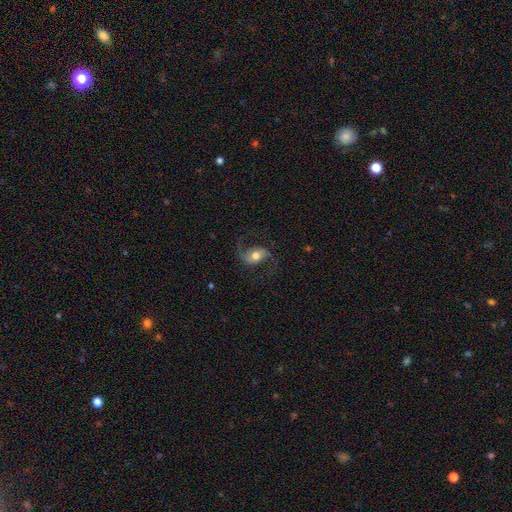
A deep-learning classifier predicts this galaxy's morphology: type=featured or disk (82%); edge-on=no (97%); bar=no (46%); spiral arms=yes (95%); winding=loose (60%); arm count=2 (93%); bulge=moderate (68%); merging=none (76%).